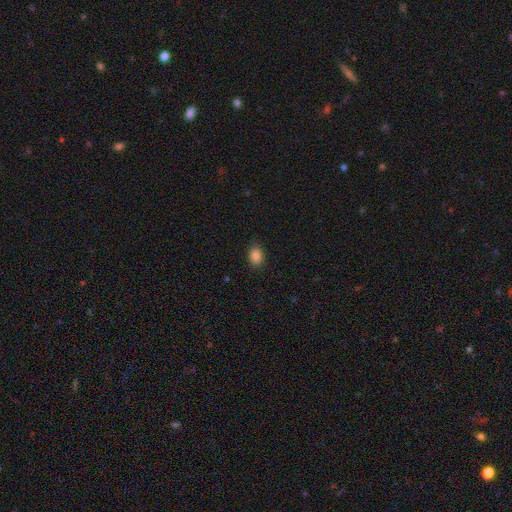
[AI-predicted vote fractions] This is clearly a smooth galaxy (86%). How rounded: likely in between (67%). Merging: clearly none (84%).